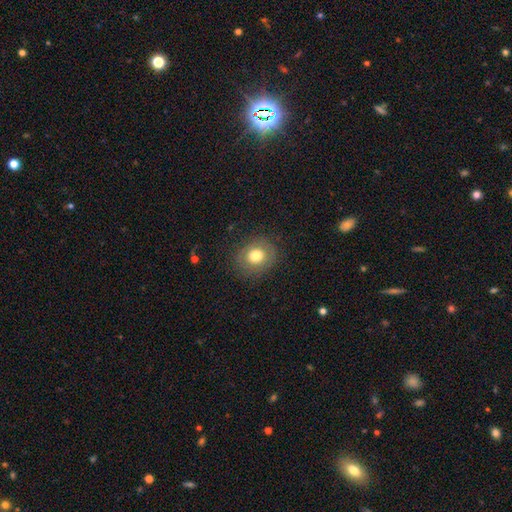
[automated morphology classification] This appears to be a smooth galaxy with no disk features (72%) that is round (75%). Merging: none (82%).